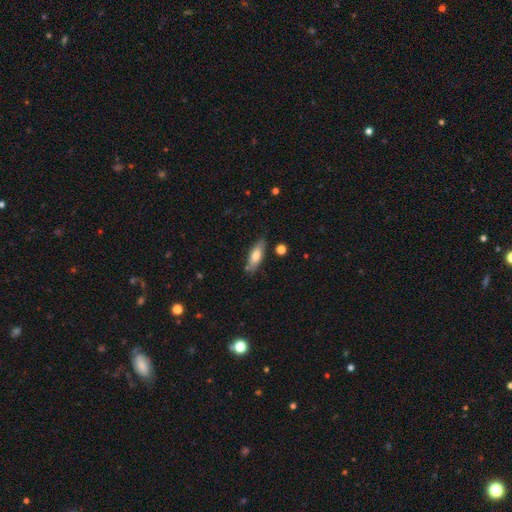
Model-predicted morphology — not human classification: This appears to be a smooth galaxy with no disk features (71%) that is in between round and cigar-shaped (62%). Merging: none (79%).